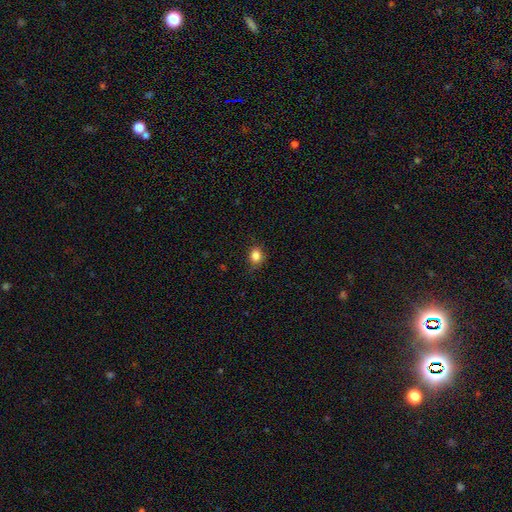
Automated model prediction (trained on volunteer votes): This appears to be a smooth galaxy with no disk features (84%) that is round (68%). Merging: none (79%).